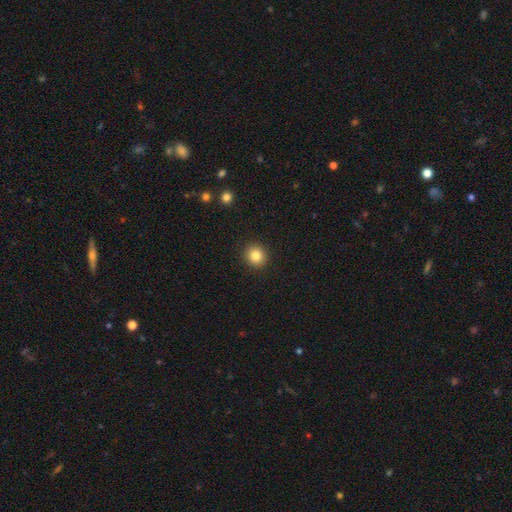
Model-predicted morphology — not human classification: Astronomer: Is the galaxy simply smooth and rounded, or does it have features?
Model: smooth — 83%.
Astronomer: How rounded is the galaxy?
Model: round — 91%.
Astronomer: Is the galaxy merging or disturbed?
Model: none — 92%.